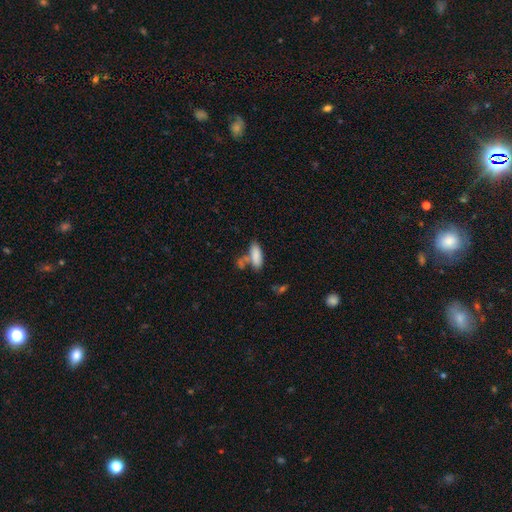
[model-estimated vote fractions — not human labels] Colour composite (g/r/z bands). It shows a smooth galaxy with no disk features (84%) that is in between round and cigar-shaped (71%). Merging: none (47%).